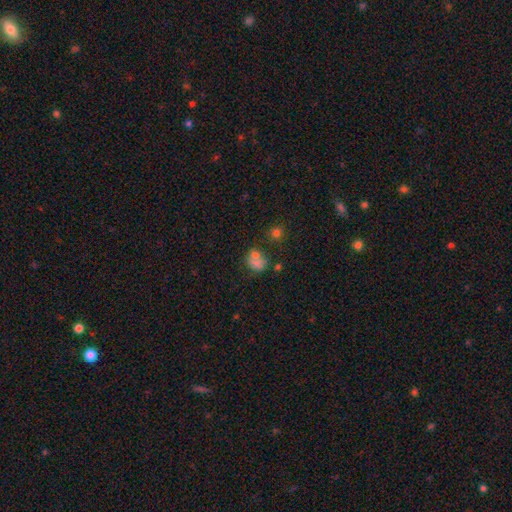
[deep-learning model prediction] smooth_or_featured: smooth (p=0.48) [alt: star or artifact p=0.40]
merging: none (p=0.57) [alt: merger p=0.23]